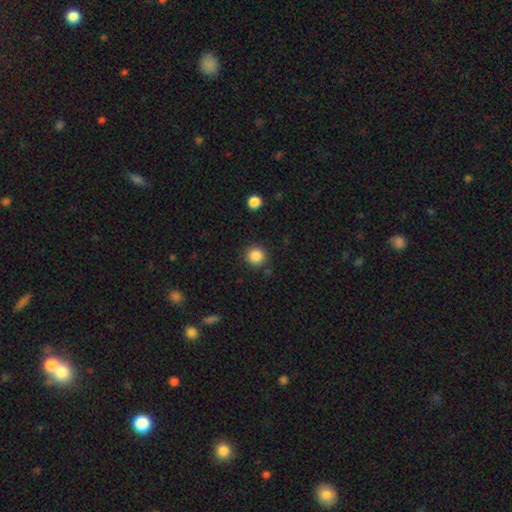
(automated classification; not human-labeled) Q: Smooth or featured?
A: smooth (86%); runner-up: star or artifact (10%)
Q: How rounded?
A: round (94%); runner-up: in between (5%)
Q: Merging?
A: none (88%); runner-up: minor disturbance (7%)